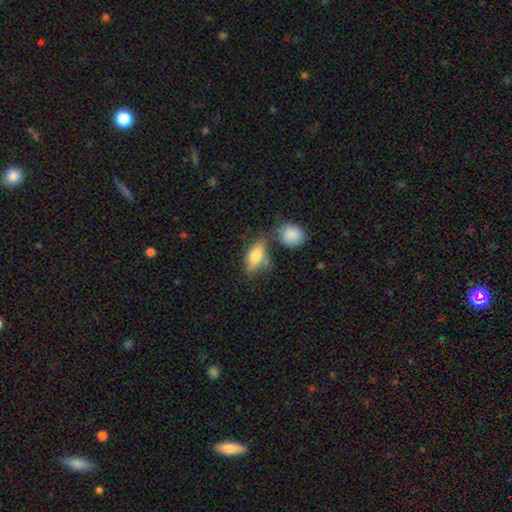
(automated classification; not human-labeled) Q: Smooth or featured?
A: smooth (76%); runner-up: featured or disk (17%)
Q: How rounded?
A: in between (83%); runner-up: cigar-shaped (11%)
Q: Merging?
A: none (47%); runner-up: merger (22%)